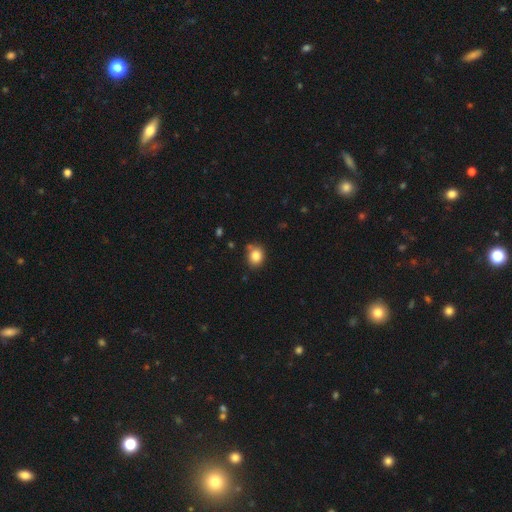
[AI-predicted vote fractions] This is clearly a smooth galaxy (84%). How rounded: likely round (67%). Merging: likely none (75%).